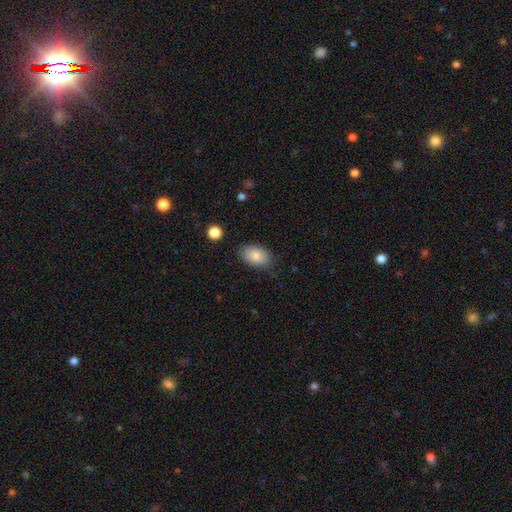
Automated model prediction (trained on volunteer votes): smooth-or-featured: smooth: 83% | featured or disk: 9% | star or artifact: 7%
  how-rounded: in between: 90% | round: 8% | cigar-shaped: 1%
  merging: none: 81% | minor disturbance: 14% | major disturbance: 3% | merger: 2%